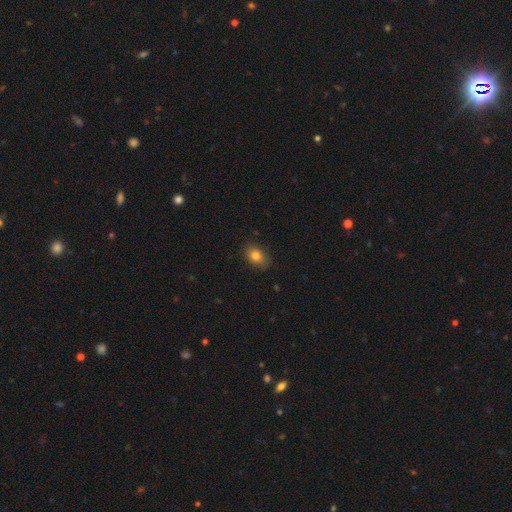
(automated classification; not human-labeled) Smooth or featured? Predicted: smooth (p=0.81). How rounded? Predicted: in between (p=0.70). Merging? Predicted: none (p=0.84).